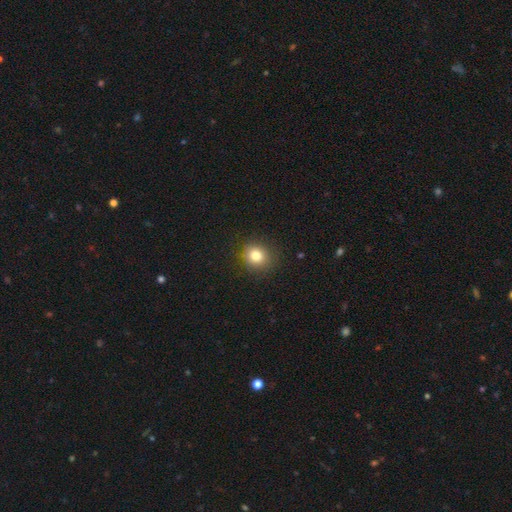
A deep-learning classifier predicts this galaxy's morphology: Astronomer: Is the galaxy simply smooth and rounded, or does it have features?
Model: smooth — 81%.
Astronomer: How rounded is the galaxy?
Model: round — 80%.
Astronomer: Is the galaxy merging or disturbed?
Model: none — 86%.